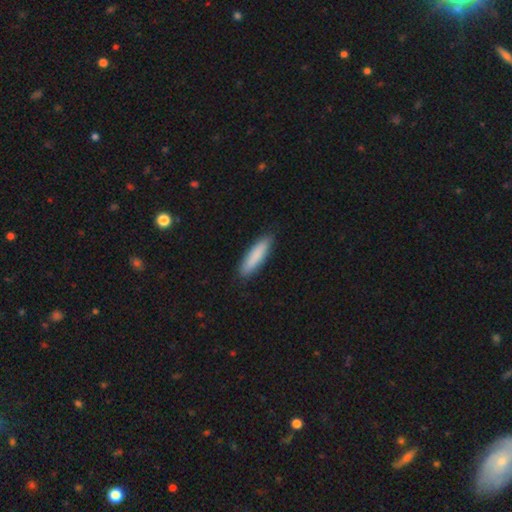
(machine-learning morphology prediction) This is clearly a smooth galaxy (85%). How rounded: likely cigar-shaped (75%). Merging: clearly none (87%).